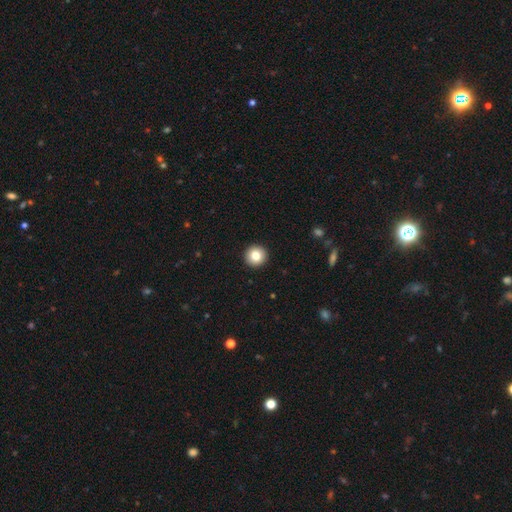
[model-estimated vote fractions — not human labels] Smooth or featured: smooth — 81% (star or artifact — 10%)
How rounded: round — 96% (in between — 3%)
Merging: none — 94% (minor disturbance — 4%)